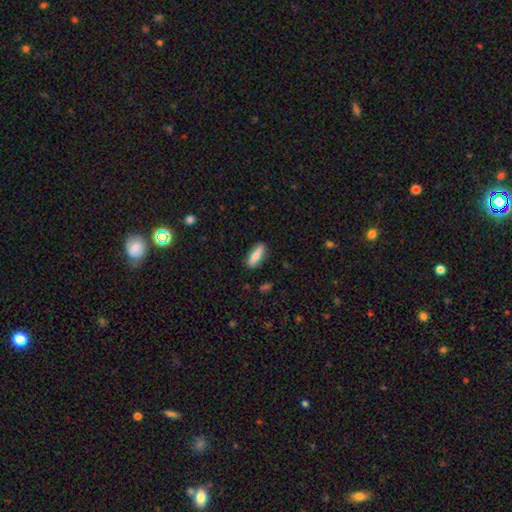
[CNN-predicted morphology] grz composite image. It shows a smooth galaxy with no disk features (73%) that is in between round and cigar-shaped (49%). Merging: none (86%).